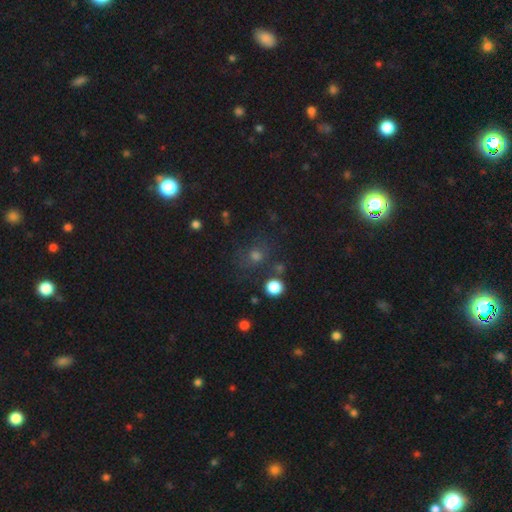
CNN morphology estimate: Smooth or featured: smooth — 47% (star or artifact — 43%)
Merging: none — 79% (minor disturbance — 10%)